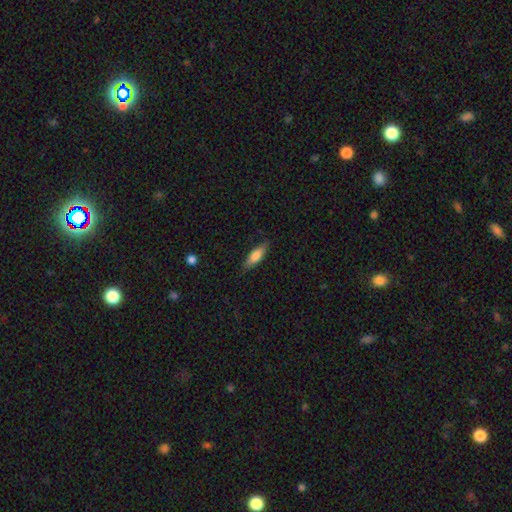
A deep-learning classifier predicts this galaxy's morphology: type=smooth (70%); roundness=cigar-shaped (52%); merging=none (82%).